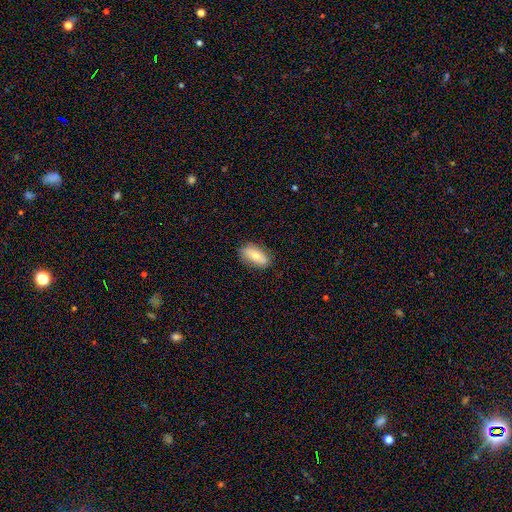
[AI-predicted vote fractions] This is likely a smooth galaxy (71%). How rounded: clearly in between (87%). Merging: clearly none (84%).